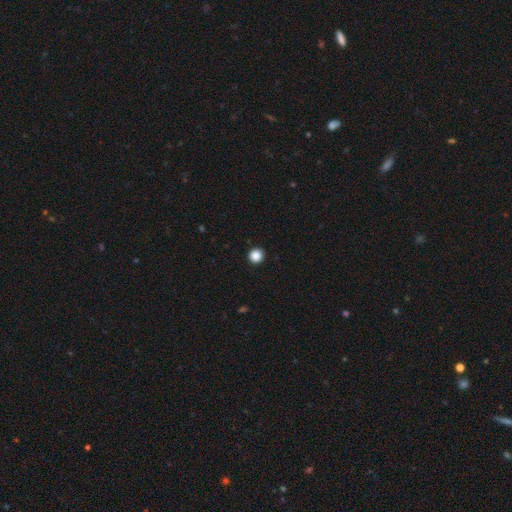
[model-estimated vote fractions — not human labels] Smooth or featured?
  - smooth: 87% *
  - star or artifact: 10%
  - featured or disk: 2%
How rounded?
  - round: 96% *
  - in between: 4%
  - cigar-shaped: 1%
Merging?
  - none: 94% *
  - minor disturbance: 4%
  - major disturbance: 1%
  - merger: 1%